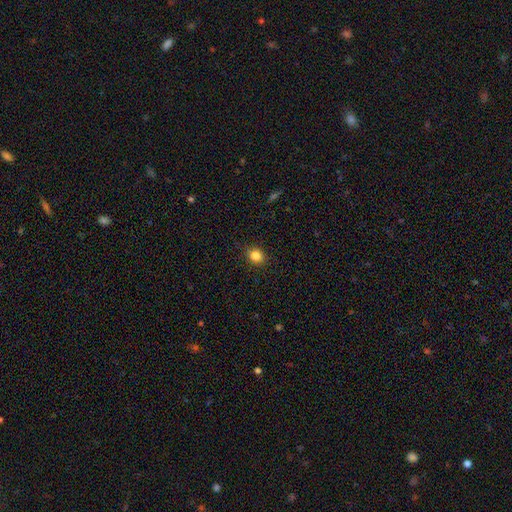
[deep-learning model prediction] A smooth galaxy with no disk features (84%) that is round (72%).

Vote fractions:
- Smooth or featured? smooth: 84% / star or artifact: 11% / featured or disk: 5%
- How rounded? round: 72% / in between: 27% / cigar-shaped: 1%
- Merging? none: 90% / minor disturbance: 7% / major disturbance: 2% / merger: 1%